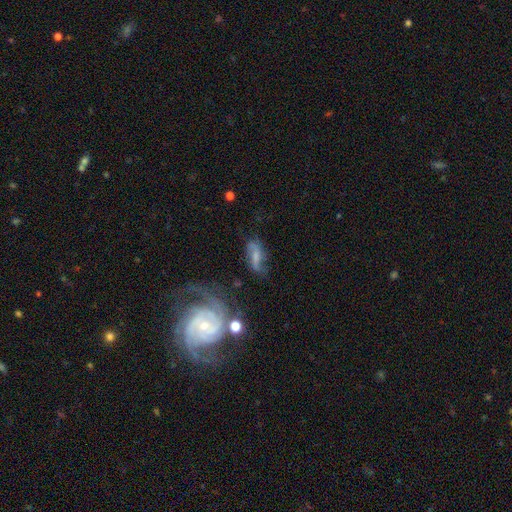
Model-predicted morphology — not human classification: Smooth or featured: featured or disk — 60% (smooth — 30%)
Edge-on disk: no — 90% (yes — 10%)
Bar: weak — 41% (no — 32%)
Spiral arms: yes — 87% (no — 13%)
Bulge size: small — 42% (none — 27%)
Merging: none — 53% (minor disturbance — 24%)